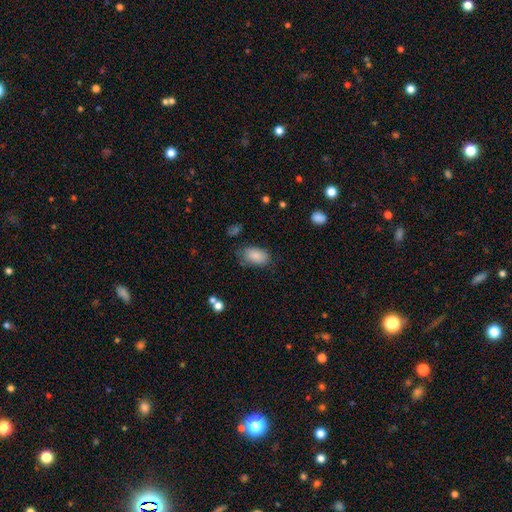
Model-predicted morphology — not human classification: type=smooth (86%); roundness=in between (93%); merging=none (66%).